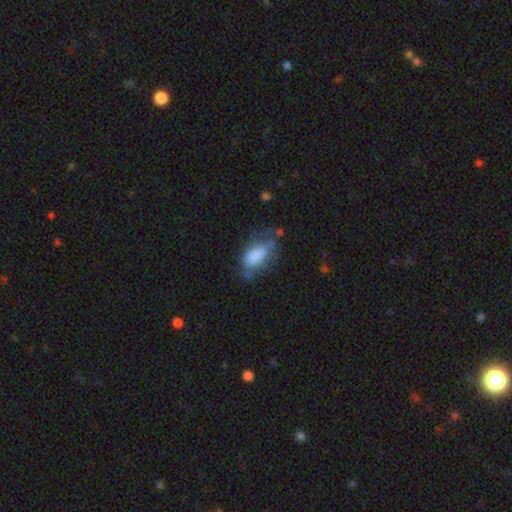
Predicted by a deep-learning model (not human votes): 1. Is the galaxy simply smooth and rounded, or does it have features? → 71% smooth, 21% featured or disk, 9% star or artifact.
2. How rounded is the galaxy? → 91% in between, 5% round, 4% cigar-shaped.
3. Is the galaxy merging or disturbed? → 35% none, 32% minor disturbance, 28% major disturbance, 6% merger.